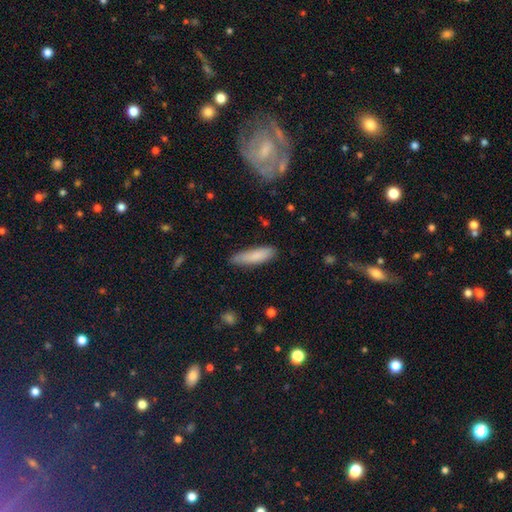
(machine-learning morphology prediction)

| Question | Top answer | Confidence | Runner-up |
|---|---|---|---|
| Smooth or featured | smooth | 83% | featured or disk (11%) |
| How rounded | cigar-shaped | 69% | in between (30%) |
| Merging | none | 78% | minor disturbance (17%) |